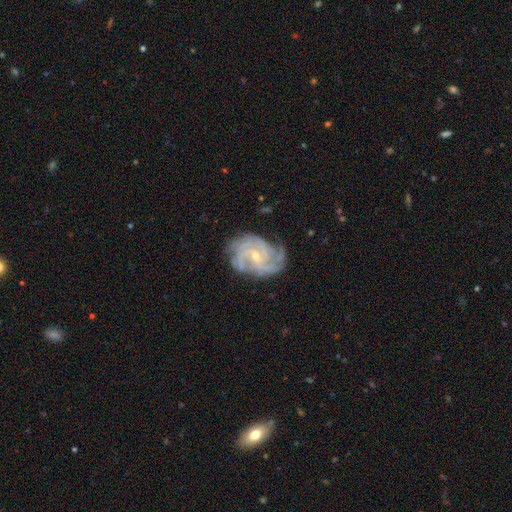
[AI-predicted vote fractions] A featured or disk galaxy (88%) with no bar (54%), 4 (26%) tight (57%) spiral arms (97%) and a small central bulge (69%).

Vote fractions:
- Smooth or featured? featured or disk: 88% / smooth: 6% / star or artifact: 6%
- Edge-on disk? no: 98% / yes: 2%
- Bar? no: 54% / weak: 38% / strong: 8%
- Spiral arms? yes: 97% / no: 3%
- Spiral winding? tight: 57% / medium: 35% / loose: 8%
- Spiral arm count? 4: 26% / 3: 24% / can't tell: 22% / 2: 13% / more than 4: 8% / 1: 7%
- Bulge size? small: 69% / moderate: 28% / none: 1% / large: 1% / dominant: 1%
- Merging? none: 71% / minor disturbance: 20% / major disturbance: 8% / merger: 2%